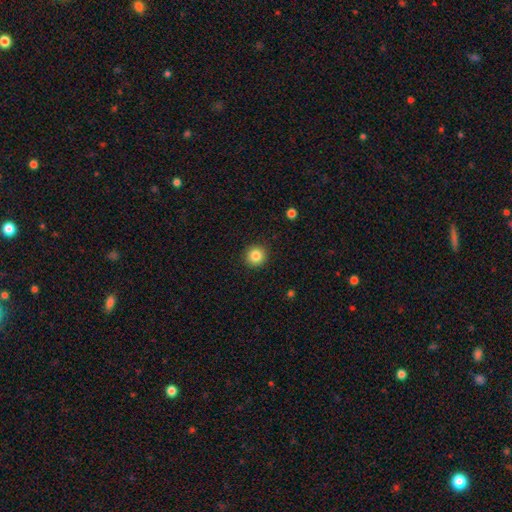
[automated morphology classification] This is clearly a smooth galaxy (84%). How rounded: clearly round (95%). Merging: clearly none (92%).